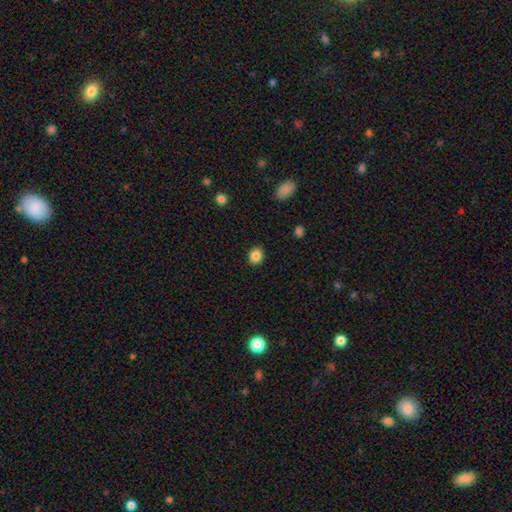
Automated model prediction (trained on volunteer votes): smooth 86%, star or artifact 10%, featured or disk 4%. Down the decision tree: how rounded — round (69%); merging — none (89%).